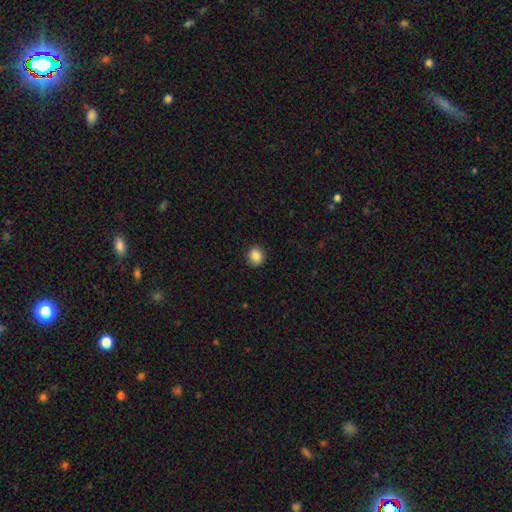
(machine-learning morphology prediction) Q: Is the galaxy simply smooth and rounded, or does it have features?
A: smooth — 86%.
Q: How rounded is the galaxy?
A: round — 83%.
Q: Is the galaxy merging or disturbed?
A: none — 91%.